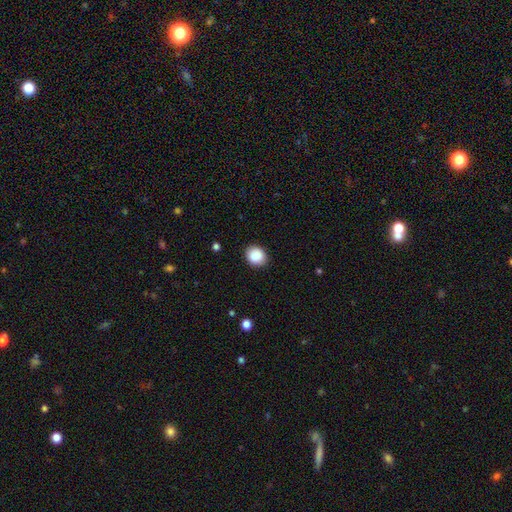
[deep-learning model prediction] smooth-or-featured: smooth: 89% | star or artifact: 8% | featured or disk: 3%
  how-rounded: round: 72% | in between: 27% | cigar-shaped: 1%
  merging: none: 88% | minor disturbance: 9% | major disturbance: 2% | merger: 1%